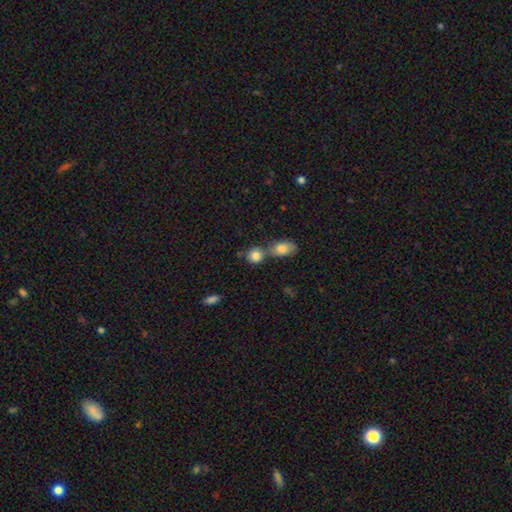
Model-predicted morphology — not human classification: The model was most divided on "merging": none: 46%, merger: 41%, minor disturbance: 9%, major disturbance: 3%. More confident: smooth or featured — smooth (84%); how rounded — round (76%).